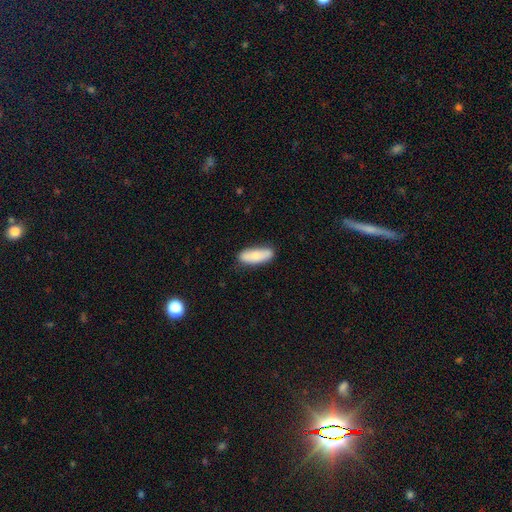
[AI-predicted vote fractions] A smooth galaxy with no disk features (81%) that is in between round and cigar-shaped (63%). Merging: none (78%).